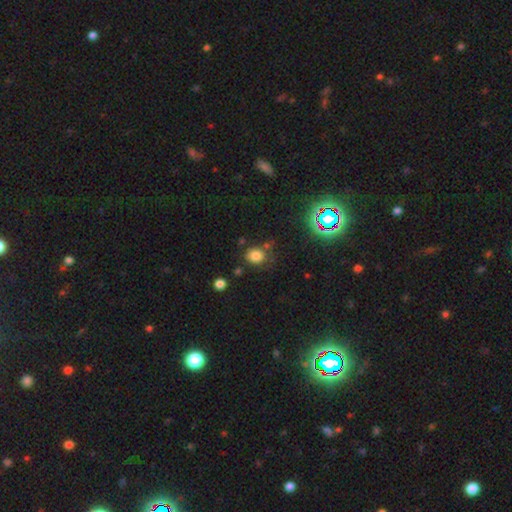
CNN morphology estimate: Smooth or featured: smooth — 77% (star or artifact — 17%)
How rounded: round — 70% (in between — 29%)
Merging: none — 74% (minor disturbance — 14%)